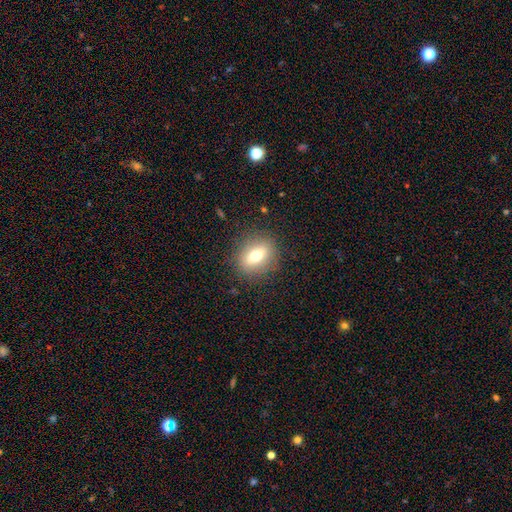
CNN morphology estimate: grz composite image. It shows a smooth galaxy with no disk features (64%) that is in between round and cigar-shaped (53%). Merging: none (85%).